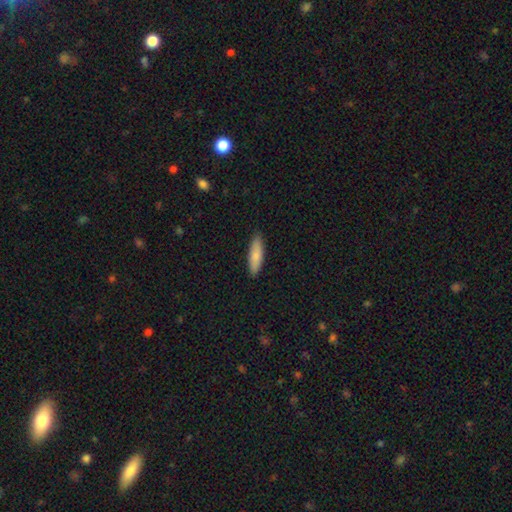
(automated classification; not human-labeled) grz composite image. It shows a smooth galaxy with no disk features (82%) that is cigar-shaped (55%). Merging: none (89%).